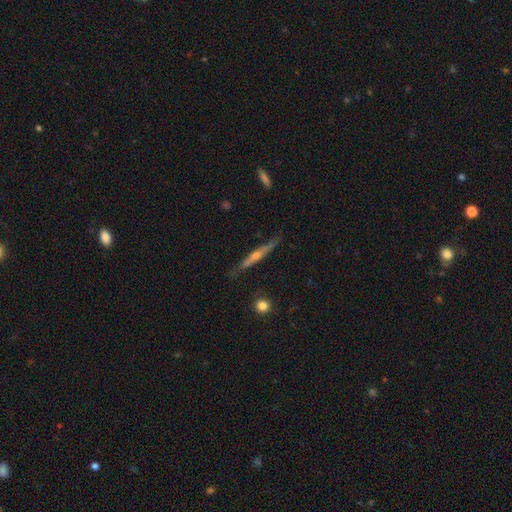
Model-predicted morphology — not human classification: Smooth or featured? Predicted: featured or disk (p=0.68). Edge-on disk? Predicted: yes (p=0.96). Edge-on bulge? Predicted: rounded (p=0.67). Merging? Predicted: none (p=0.79).